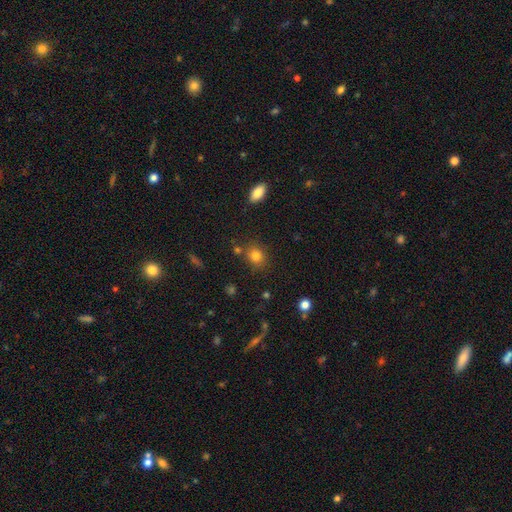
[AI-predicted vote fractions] smooth-or-featured: smooth: 82% | star or artifact: 12% | featured or disk: 6%
  how-rounded: round: 71% | in between: 28% | cigar-shaped: 1%
  merging: none: 78% | minor disturbance: 12% | merger: 6% | major disturbance: 4%